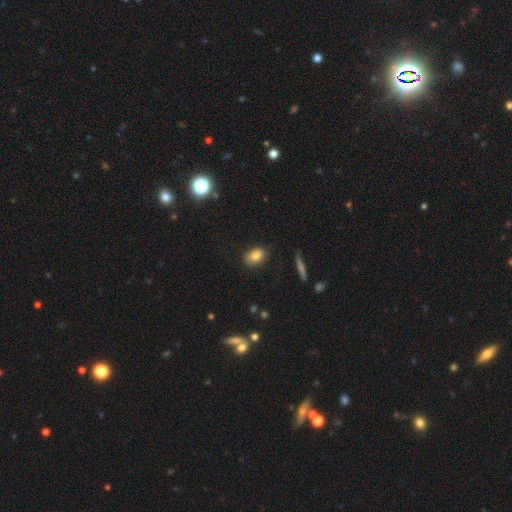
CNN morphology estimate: A smooth galaxy with no disk features (84%) that is in between round and cigar-shaped (80%). Merging: none (83%).